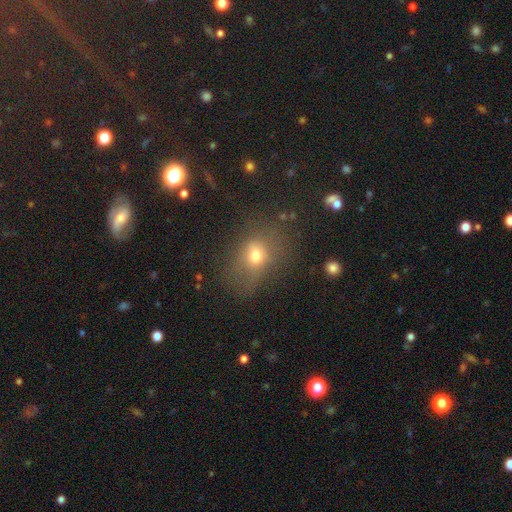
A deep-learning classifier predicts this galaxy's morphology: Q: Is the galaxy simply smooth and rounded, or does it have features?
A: smooth — 68%.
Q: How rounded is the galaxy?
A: in between — 52%.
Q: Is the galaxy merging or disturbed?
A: none — 61%.